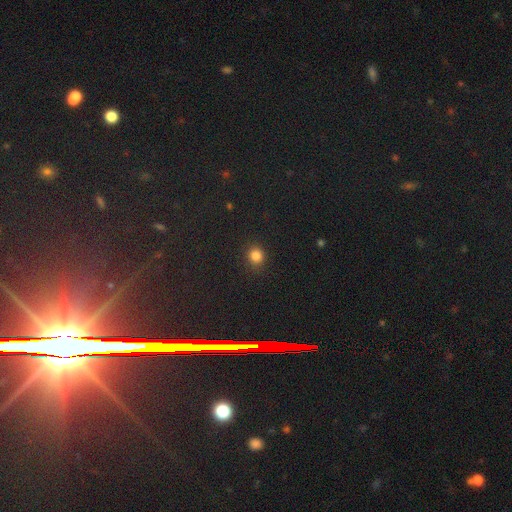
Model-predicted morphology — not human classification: smooth 84%, star or artifact 13%, featured or disk 4%. Down the decision tree: how rounded — round (89%); merging — none (90%).